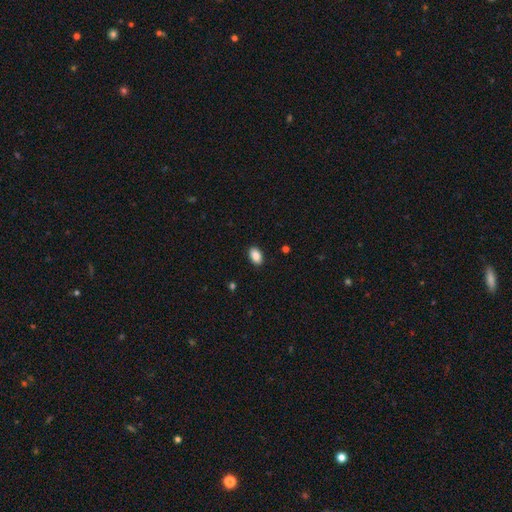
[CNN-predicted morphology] smooth_or_featured: smooth (p=0.89) [alt: star or artifact p=0.08]
how_rounded: in between (p=0.90) [alt: round p=0.08]
merging: none (p=0.89) [alt: minor disturbance p=0.09]